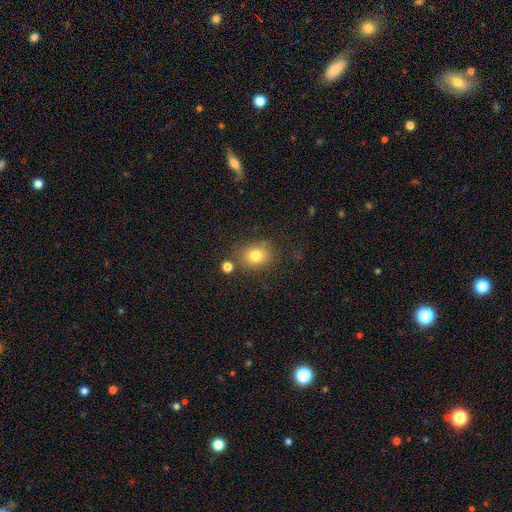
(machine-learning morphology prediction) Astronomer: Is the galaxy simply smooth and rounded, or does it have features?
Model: smooth — 79%.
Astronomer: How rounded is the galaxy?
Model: round — 64%.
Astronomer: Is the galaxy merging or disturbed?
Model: none — 76%.